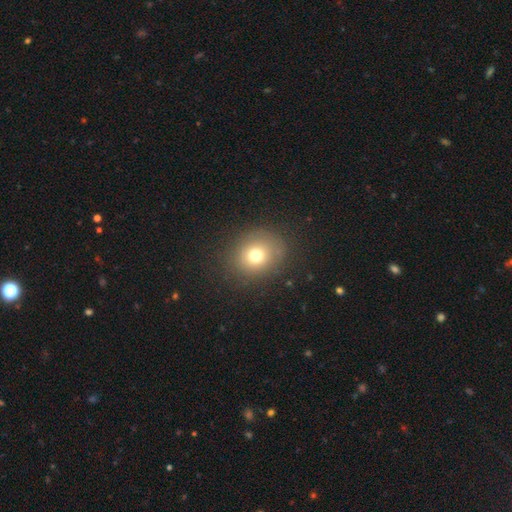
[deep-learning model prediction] Smooth or featured?
  - smooth: 72% *
  - star or artifact: 15%
  - featured or disk: 13%
How rounded?
  - round: 74% *
  - in between: 25%
  - cigar-shaped: 1%
Merging?
  - none: 82% *
  - minor disturbance: 11%
  - major disturbance: 5%
  - merger: 1%